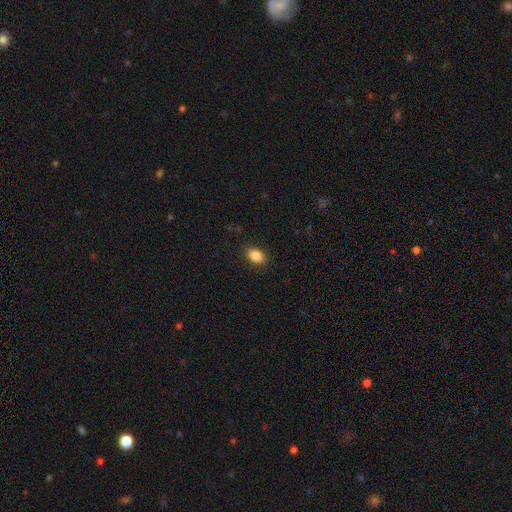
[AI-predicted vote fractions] Smooth or featured: smooth — 87% (star or artifact — 9%)
How rounded: in between — 82% (round — 16%)
Merging: none — 88% (minor disturbance — 9%)